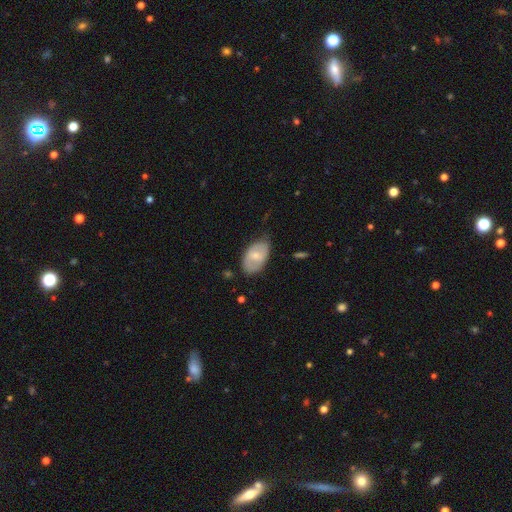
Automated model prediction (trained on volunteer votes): Smooth or featured? Predicted: smooth (p=0.58). How rounded? Predicted: in between (p=0.92). Merging? Predicted: none (p=0.66).